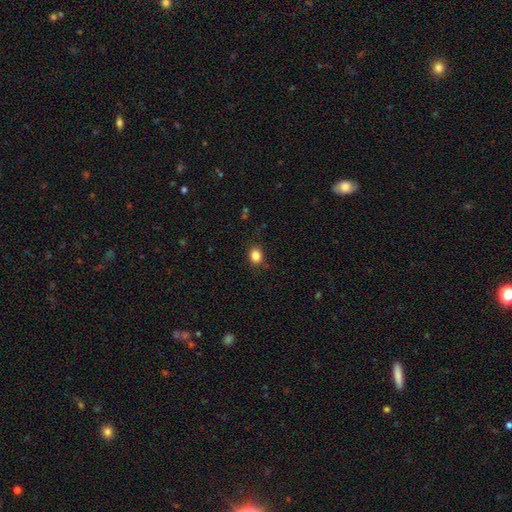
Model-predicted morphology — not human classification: Overall: smooth (85%). How rounded: in between (52%; round 47%). Merging: none (86%).